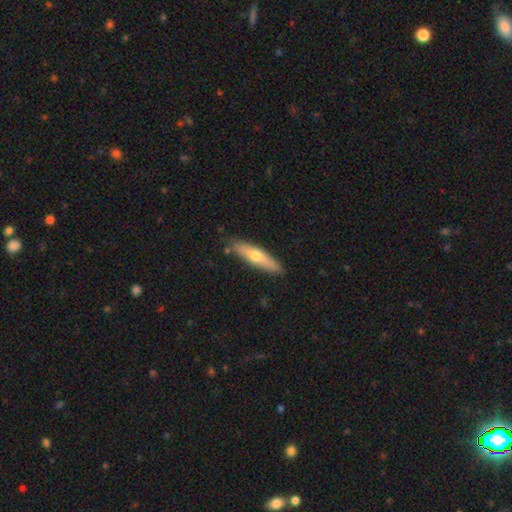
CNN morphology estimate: A smooth galaxy with no disk features (54%) that is cigar-shaped (80%). Merging: none (86%).